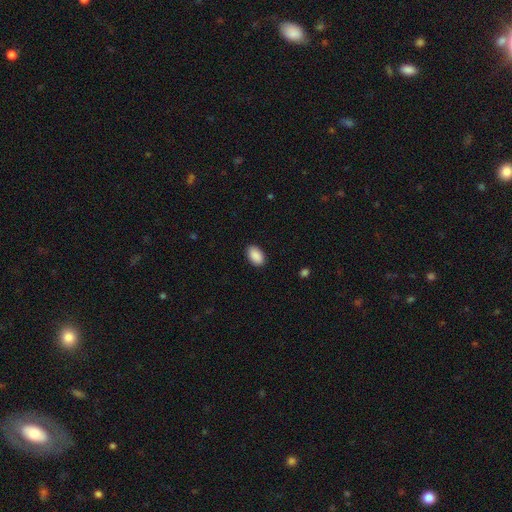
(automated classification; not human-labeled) smooth-or-featured: smooth: 91% | star or artifact: 7% | featured or disk: 3%
  how-rounded: in between: 93% | round: 5% | cigar-shaped: 1%
  merging: none: 89% | minor disturbance: 8% | major disturbance: 2% | merger: 1%